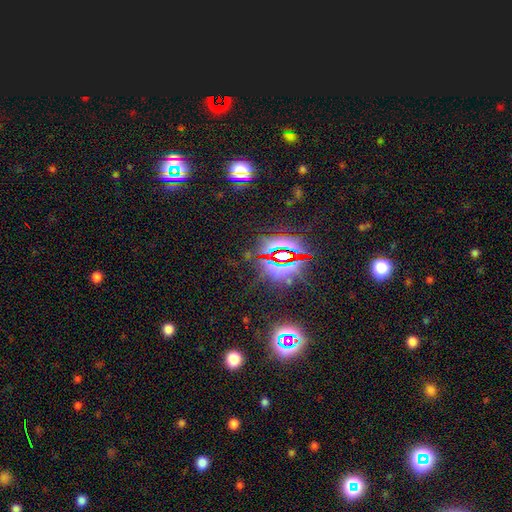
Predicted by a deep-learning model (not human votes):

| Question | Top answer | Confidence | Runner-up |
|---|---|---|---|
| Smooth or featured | star or artifact | 83% | smooth (10%) |